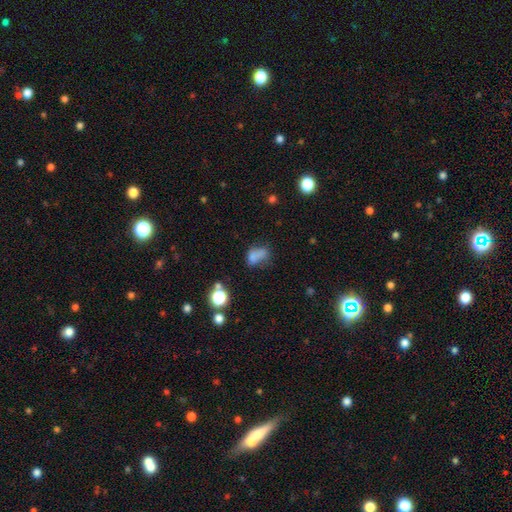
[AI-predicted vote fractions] Q: Smooth or featured?
A: smooth (68%); runner-up: featured or disk (16%)
Q: How rounded?
A: in between (75%); runner-up: round (22%)
Q: Merging?
A: none (33%); runner-up: merger (27%)